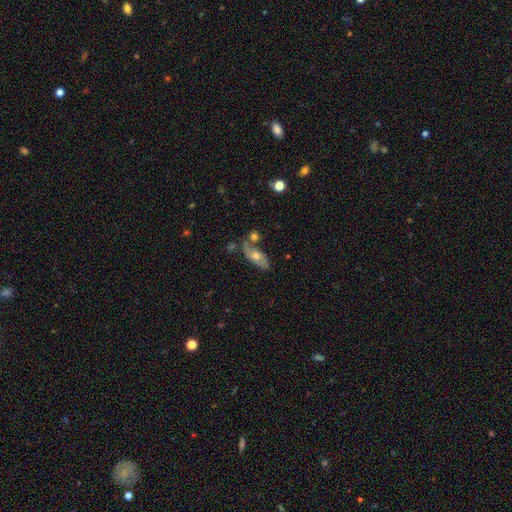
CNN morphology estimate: A featured or disk galaxy (59%). Merging: none (52%).